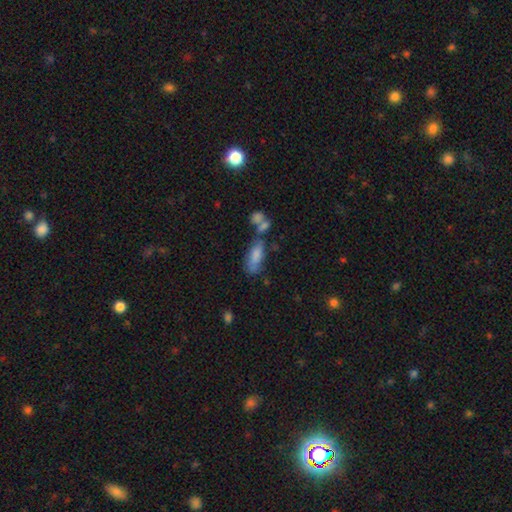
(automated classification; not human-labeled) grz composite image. It shows a smooth galaxy with no disk features (74%) that is in between round and cigar-shaped (72%). Merging: none (42%).